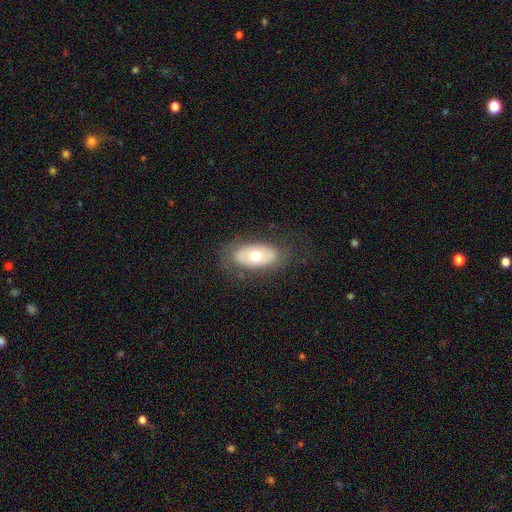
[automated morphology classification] A smooth galaxy with no disk features (56%) that is in between round and cigar-shaped (92%). Merging: none (77%).